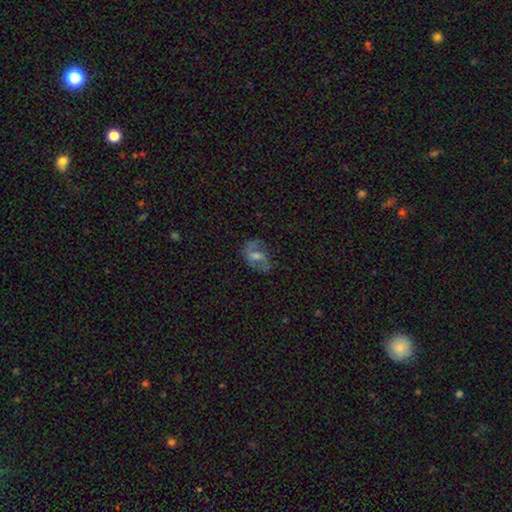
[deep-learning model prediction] The model was most divided on "bar": weak: 44%, no: 38%, strong: 18%. Remaining: edge-on disk — no (95%); spiral arms — yes (70%); merging — none (65%); smooth or featured — featured or disk (57%); bulge size — moderate (50%).